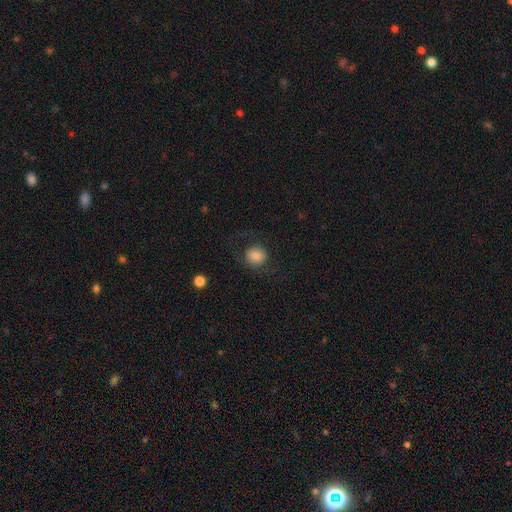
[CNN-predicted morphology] A smooth galaxy with no disk features (76%) that is round (80%).

Vote fractions:
- Smooth or featured? smooth: 76% / featured or disk: 15% / star or artifact: 9%
- How rounded? round: 80% / in between: 19% / cigar-shaped: 1%
- Merging? none: 72% / minor disturbance: 14% / major disturbance: 13% / merger: 1%